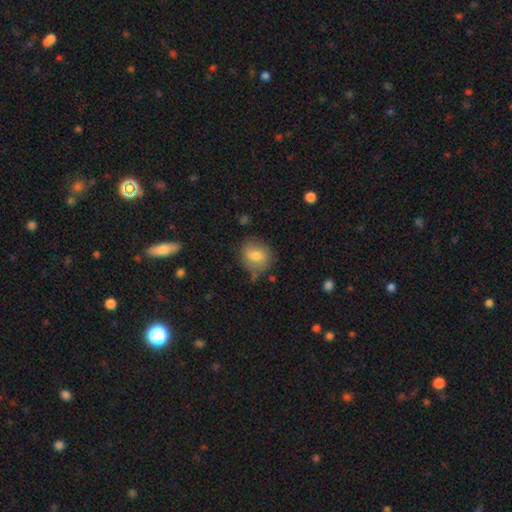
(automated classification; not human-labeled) Morphology: type=smooth (75%); roundness=round (62%); merging=none (71%).